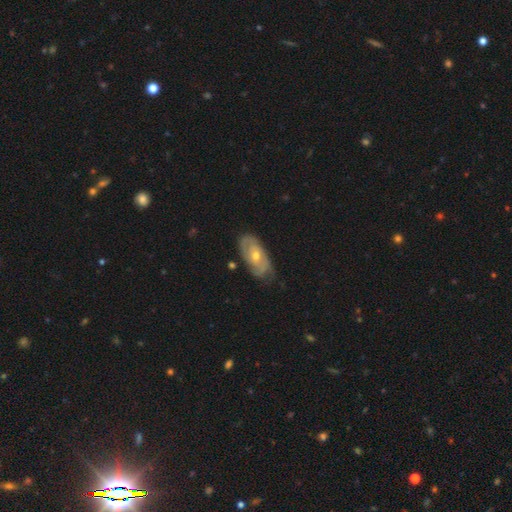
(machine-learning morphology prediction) This appears to be a featured or disk galaxy (69%) with no bar (72%), spiral arms (73%) and a moderate central bulge (59%). Merging: none (69%).